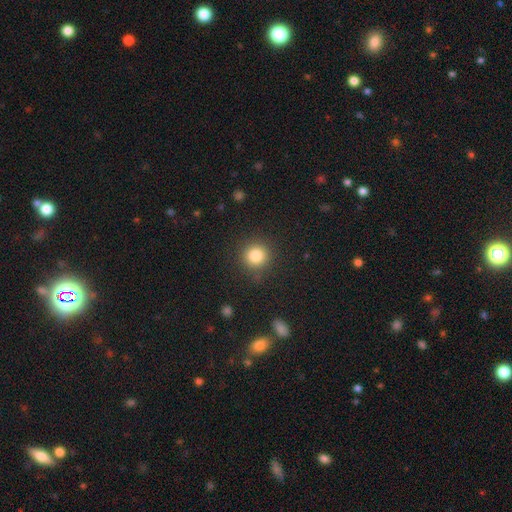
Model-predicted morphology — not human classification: Smooth or featured: smooth — 83% (star or artifact — 11%)
How rounded: round — 92% (in between — 7%)
Merging: none — 86% (minor disturbance — 9%)